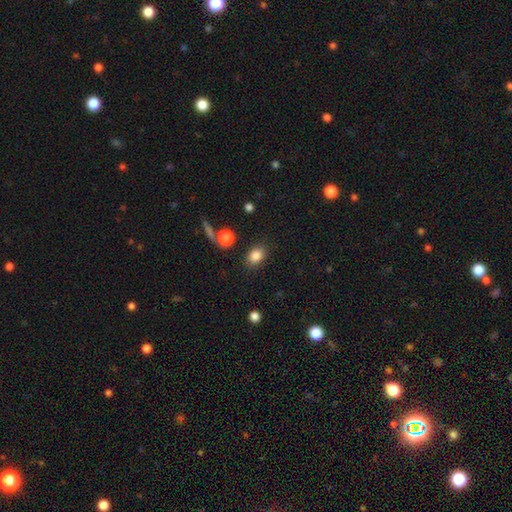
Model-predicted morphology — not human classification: Smooth or featured? smooth (84%)
How rounded? in between (66%)
Merging? none (83%)